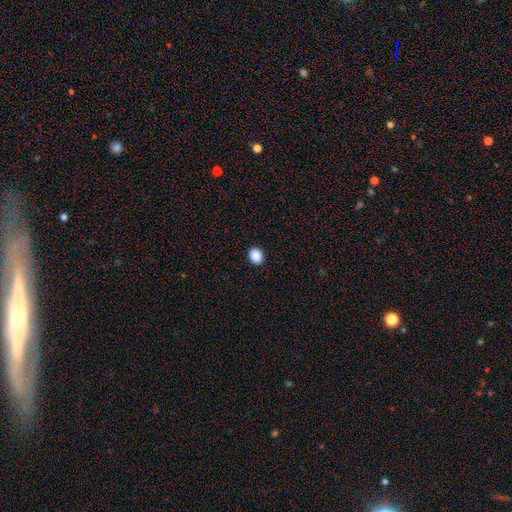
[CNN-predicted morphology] smooth-or-featured: smooth: 89% | star or artifact: 9% | featured or disk: 2%
  how-rounded: round: 60% | in between: 39% | cigar-shaped: 1%
  merging: none: 92% | minor disturbance: 6% | major disturbance: 2% | merger: 1%